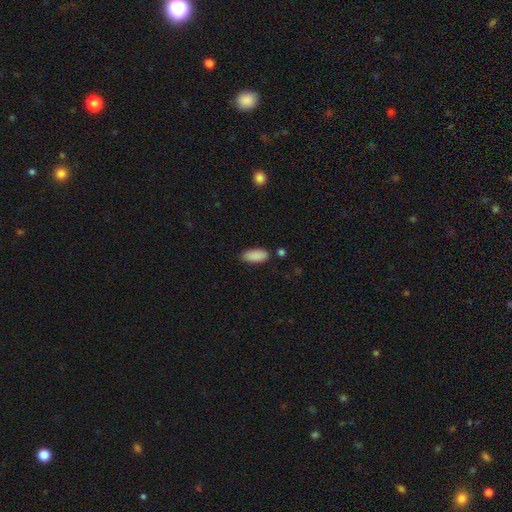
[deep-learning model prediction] A smooth galaxy with no disk features (90%) that is in between round and cigar-shaped (87%). Merging: none (84%).